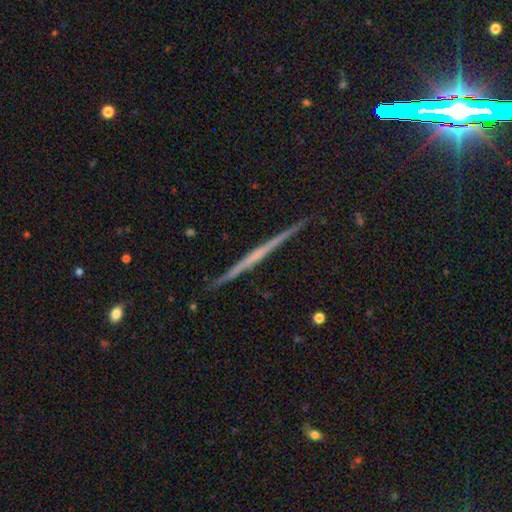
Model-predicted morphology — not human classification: Smooth or featured?
  - featured or disk: 71% *
  - smooth: 22%
  - star or artifact: 7%
Edge-on disk?
  - yes: 98% *
  - no: 2%
Edge-on bulge?
  - none: 80% *
  - rounded: 14%
  - boxy: 6%
Merging?
  - none: 92% *
  - minor disturbance: 5%
  - major disturbance: 1%
  - merger: 1%